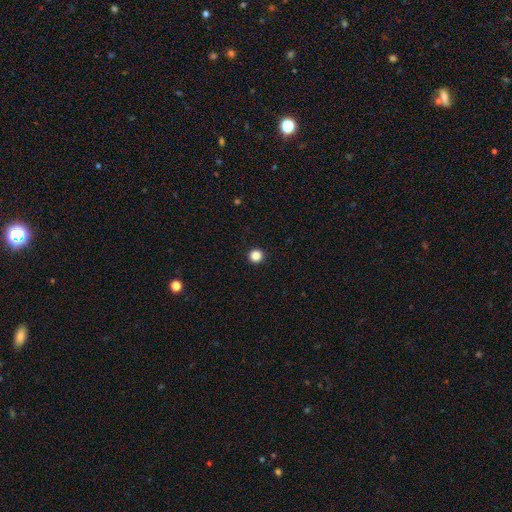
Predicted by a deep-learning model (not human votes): Smooth or featured? Predicted: smooth (p=0.87). How rounded? Predicted: round (p=0.96). Merging? Predicted: none (p=0.94).